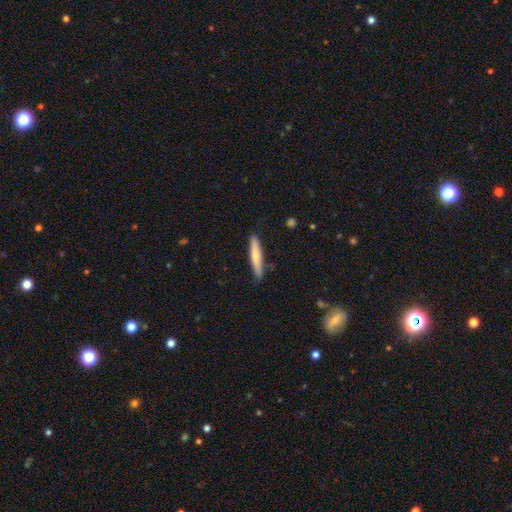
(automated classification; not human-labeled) smooth 67%, featured or disk 27%, star or artifact 5%. Down the decision tree: how rounded — cigar-shaped (91%); merging — none (87%).